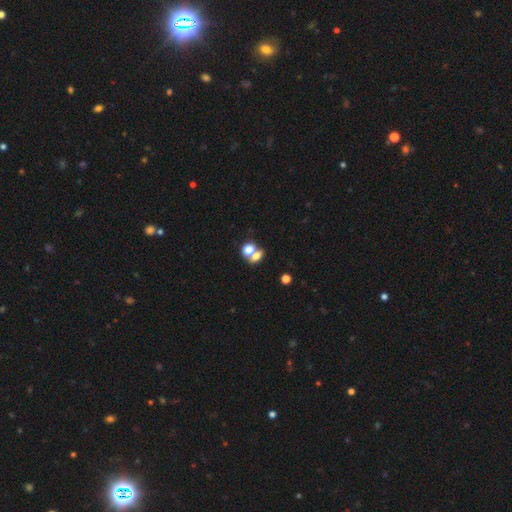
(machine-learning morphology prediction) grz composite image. It shows a smooth galaxy with no disk features (71%) that is in between round and cigar-shaped (60%). Merging: merger (55%).